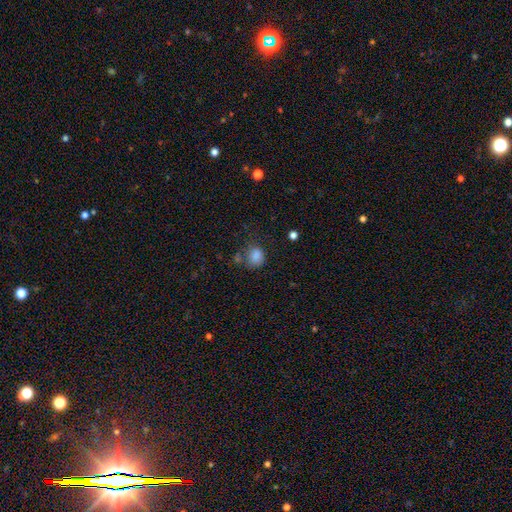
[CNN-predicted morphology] Q: Smooth or featured?
A: smooth (84%); runner-up: star or artifact (11%)
Q: How rounded?
A: round (63%); runner-up: in between (36%)
Q: Merging?
A: none (57%); runner-up: minor disturbance (23%)